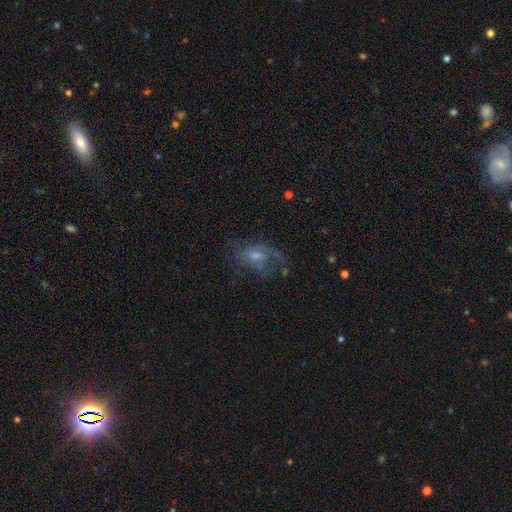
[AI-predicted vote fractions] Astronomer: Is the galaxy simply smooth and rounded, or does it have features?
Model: featured or disk — 61%.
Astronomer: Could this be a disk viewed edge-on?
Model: no — 96%.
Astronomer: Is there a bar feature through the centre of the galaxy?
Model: no — 66%.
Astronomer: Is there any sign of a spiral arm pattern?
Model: yes — 68%.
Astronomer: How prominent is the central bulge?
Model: small — 43% (runner-up: moderate, 38%).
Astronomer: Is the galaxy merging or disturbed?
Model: none — 45% (runner-up: major disturbance, 33%).